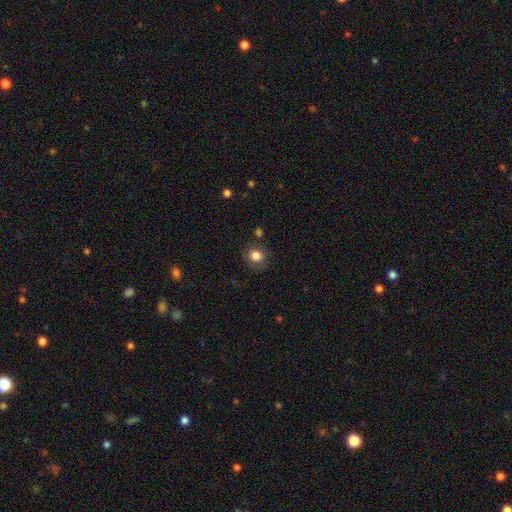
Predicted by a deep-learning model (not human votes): Morphology: type=smooth (83%); roundness=round (79%); merging=none (80%).